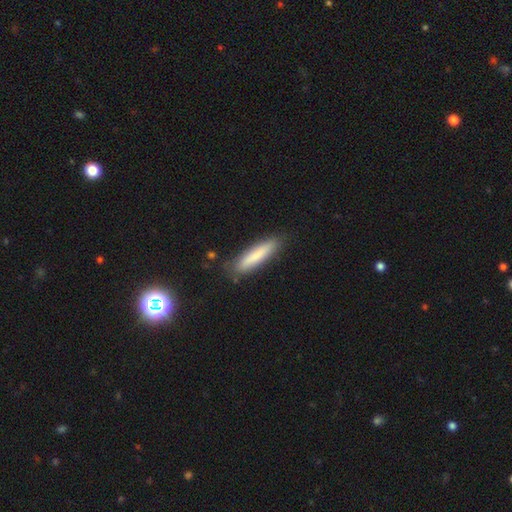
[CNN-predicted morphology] A smooth galaxy with no disk features (79%) that is cigar-shaped (85%). Merging: none (85%).